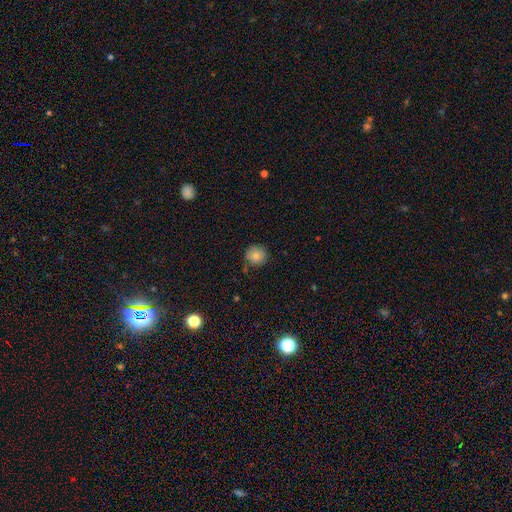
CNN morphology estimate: Smooth or featured?
  - smooth: 83% *
  - star or artifact: 10%
  - featured or disk: 8%
How rounded?
  - round: 91% *
  - in between: 8%
  - cigar-shaped: 1%
Merging?
  - none: 80% *
  - minor disturbance: 14%
  - major disturbance: 3%
  - merger: 3%